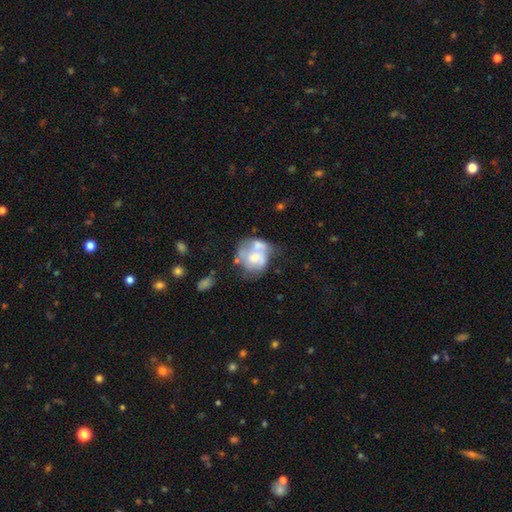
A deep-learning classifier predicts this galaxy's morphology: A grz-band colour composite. It shows a featured or disk galaxy (55%) with no bar (82%), no spiral arms (65%) and a moderate central bulge (44%). Merging: merger (34%).